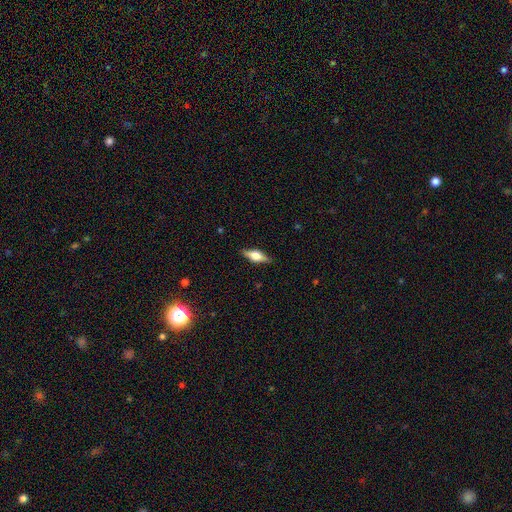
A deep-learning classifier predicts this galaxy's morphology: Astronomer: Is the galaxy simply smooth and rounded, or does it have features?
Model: featured or disk — 59%.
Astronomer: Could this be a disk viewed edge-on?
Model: yes — 95%.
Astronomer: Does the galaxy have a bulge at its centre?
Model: rounded — 91%.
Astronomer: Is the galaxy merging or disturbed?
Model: none — 88%.